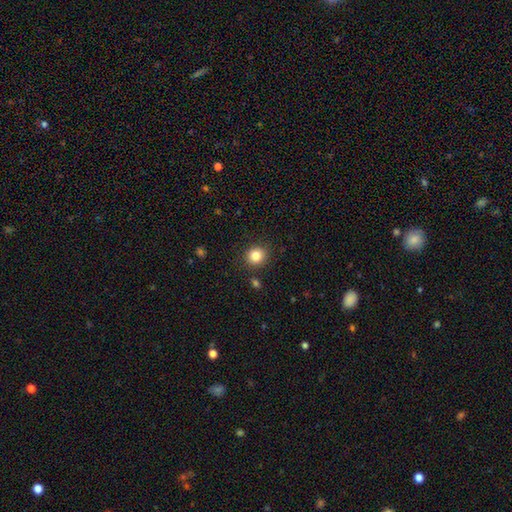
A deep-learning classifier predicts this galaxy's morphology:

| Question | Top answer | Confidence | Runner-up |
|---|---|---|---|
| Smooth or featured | smooth | 84% | star or artifact (11%) |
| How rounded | round | 86% | in between (13%) |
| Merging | none | 88% | minor disturbance (7%) |